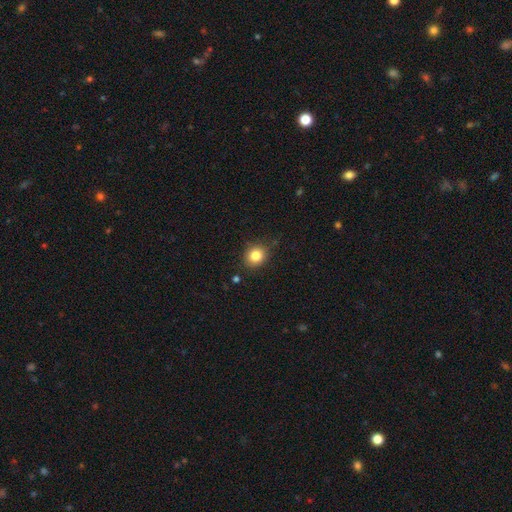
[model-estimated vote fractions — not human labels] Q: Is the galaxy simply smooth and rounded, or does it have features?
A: smooth — 83%.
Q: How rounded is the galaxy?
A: round — 74%.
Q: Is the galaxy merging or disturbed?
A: none — 84%.